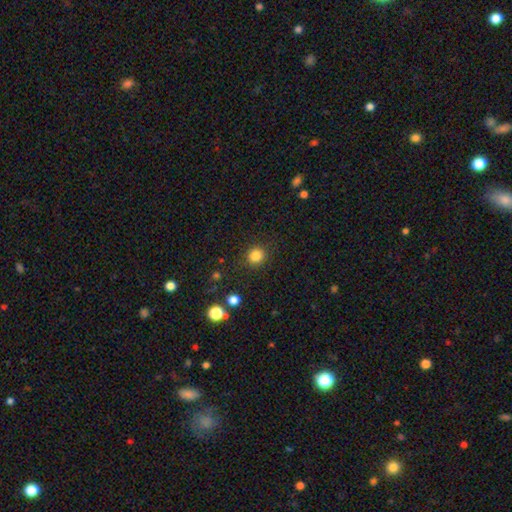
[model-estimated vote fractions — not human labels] Morphology: type=smooth (83%); roundness=round (89%); merging=none (89%).